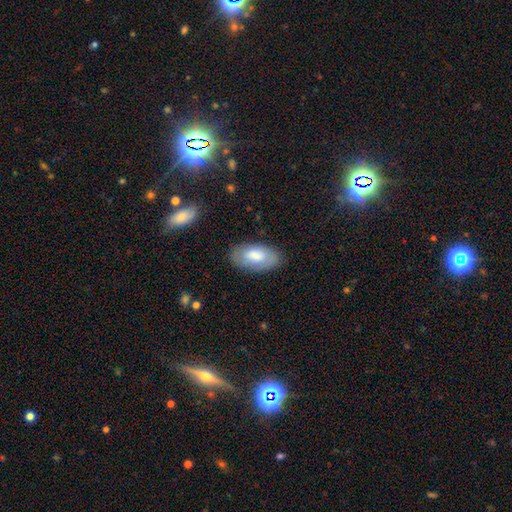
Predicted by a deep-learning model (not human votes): Smooth or featured: smooth — 76% (featured or disk — 18%)
How rounded: in between — 95% (cigar-shaped — 3%)
Merging: none — 82% (minor disturbance — 13%)